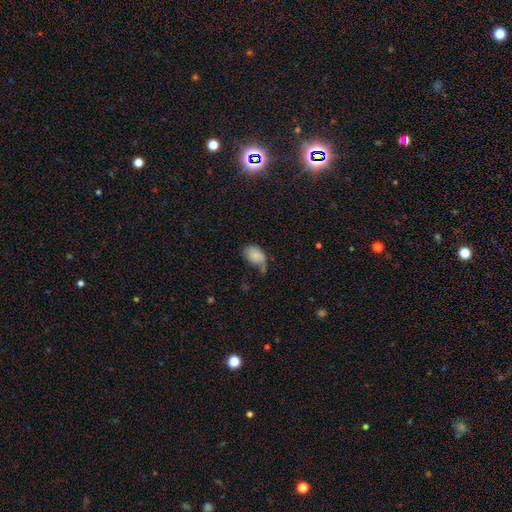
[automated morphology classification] Smooth or featured? smooth (77%)
How rounded? in between (84%)
Merging? minor disturbance (34%)